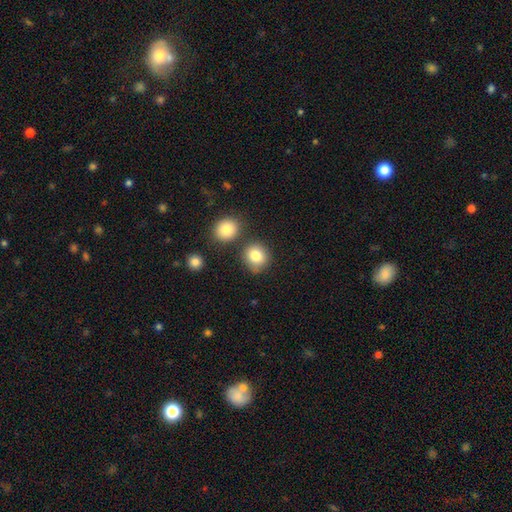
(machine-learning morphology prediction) smooth 83%, star or artifact 9%, featured or disk 7%. Down the decision tree: how rounded — round (84%); merging — none (75%).